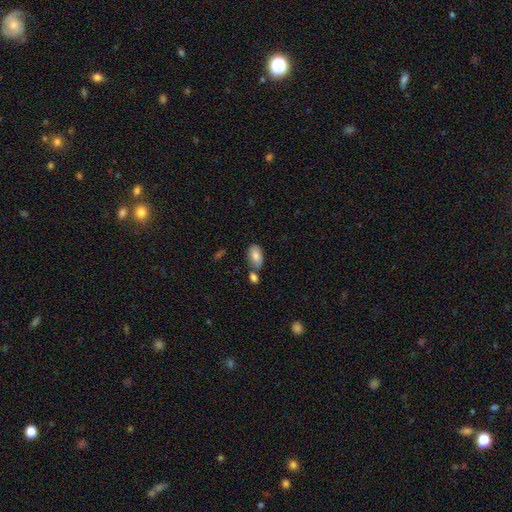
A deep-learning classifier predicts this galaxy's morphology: type=smooth (82%); roundness=in between (93%); merging=none (58%).